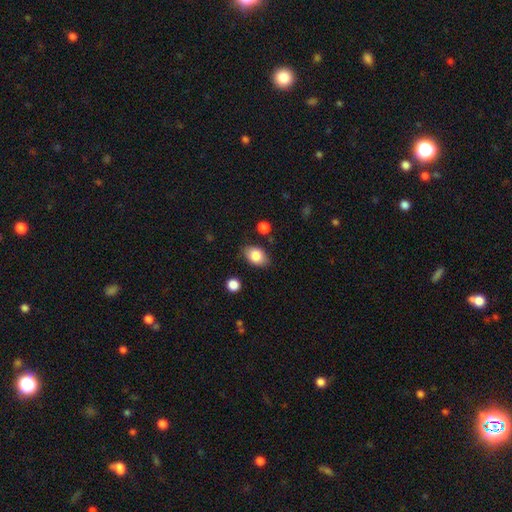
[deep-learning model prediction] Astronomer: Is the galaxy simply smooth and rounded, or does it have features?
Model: smooth — 84%.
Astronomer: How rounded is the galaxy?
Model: in between — 83%.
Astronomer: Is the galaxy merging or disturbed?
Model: none — 80%.